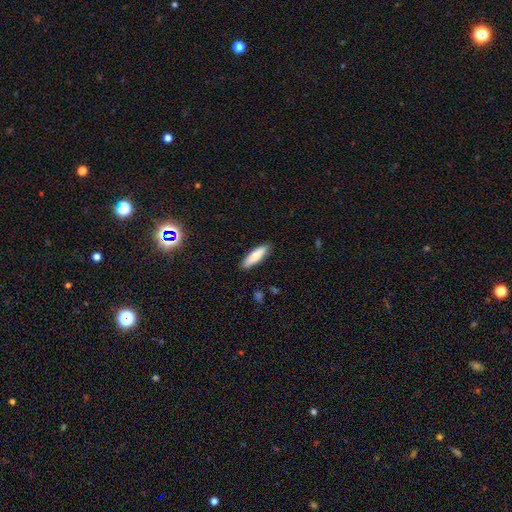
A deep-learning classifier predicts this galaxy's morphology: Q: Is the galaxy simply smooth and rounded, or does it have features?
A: smooth — 74%.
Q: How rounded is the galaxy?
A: cigar-shaped — 53%.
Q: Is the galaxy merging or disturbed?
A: none — 88%.